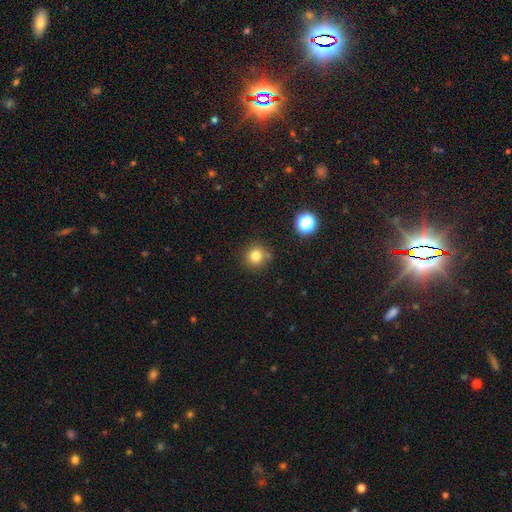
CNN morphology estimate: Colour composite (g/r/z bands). It shows a smooth galaxy with no disk features (79%) that is round (93%). Merging: none (80%).